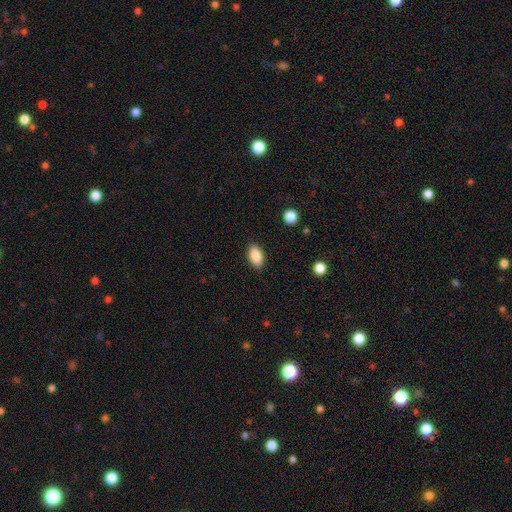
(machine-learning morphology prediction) Smooth or featured?
  - smooth: 86% *
  - star or artifact: 7%
  - featured or disk: 6%
How rounded?
  - in between: 90% *
  - cigar-shaped: 5%
  - round: 4%
Merging?
  - none: 87% *
  - minor disturbance: 10%
  - major disturbance: 2%
  - merger: 1%